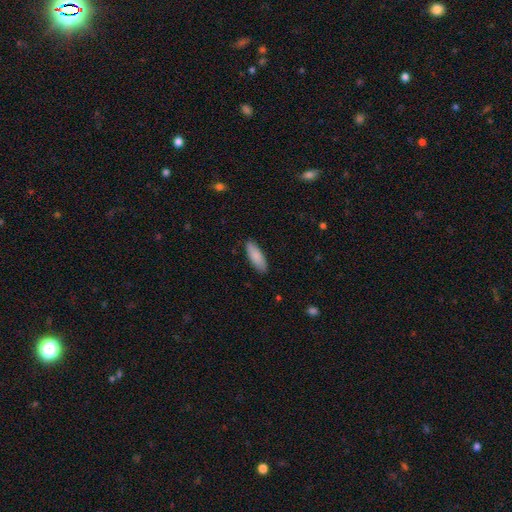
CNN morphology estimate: Smooth or featured: smooth — 87% (featured or disk — 7%)
How rounded: in between — 65% (cigar-shaped — 34%)
Merging: none — 88% (minor disturbance — 10%)